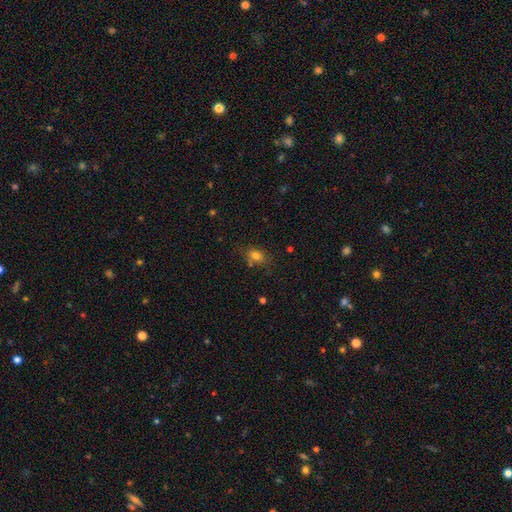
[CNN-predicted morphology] Smooth or featured? smooth (78%)
How rounded? in between (70%)
Merging? none (70%)